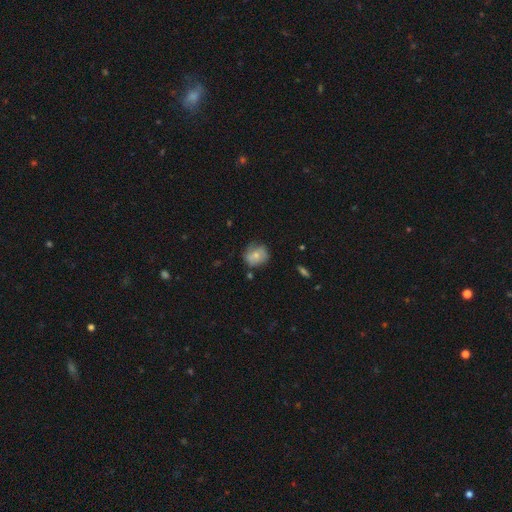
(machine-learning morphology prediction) A smooth galaxy with no disk features (61%) that is round (69%). Merging: none (59%).